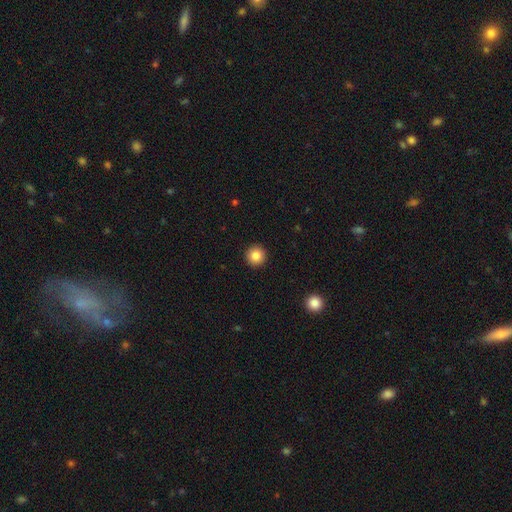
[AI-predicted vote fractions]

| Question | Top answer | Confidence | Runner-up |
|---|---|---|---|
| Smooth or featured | smooth | 84% | star or artifact (10%) |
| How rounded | round | 96% | in between (3%) |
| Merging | none | 94% | minor disturbance (4%) |